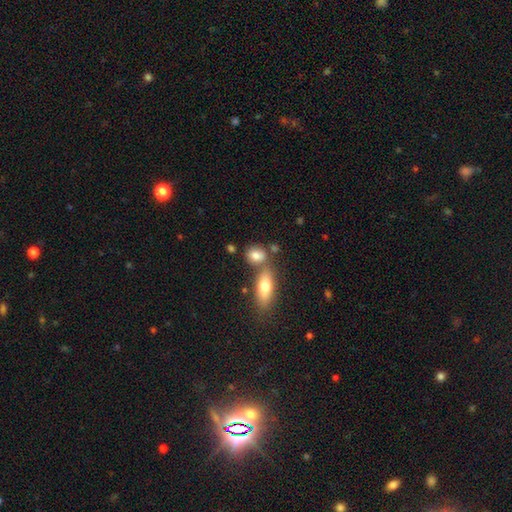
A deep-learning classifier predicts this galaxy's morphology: A smooth galaxy with no disk features (80%) that is in between round and cigar-shaped (65%). Merging: none (56%).